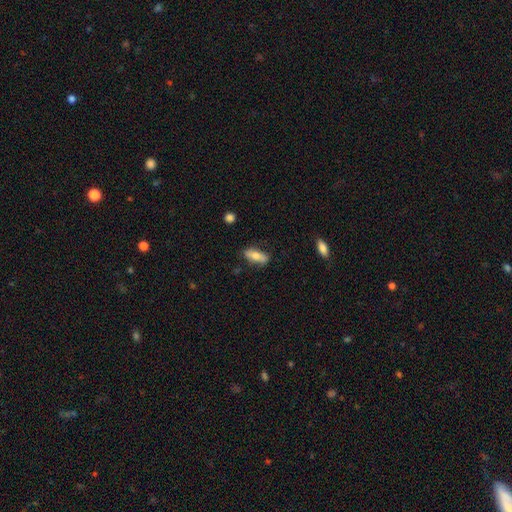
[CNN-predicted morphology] Smooth or featured?
  - smooth: 67% *
  - featured or disk: 26%
  - star or artifact: 7%
How rounded?
  - in between: 66% *
  - cigar-shaped: 31%
  - round: 3%
Merging?
  - none: 78% *
  - minor disturbance: 17%
  - major disturbance: 4%
  - merger: 2%